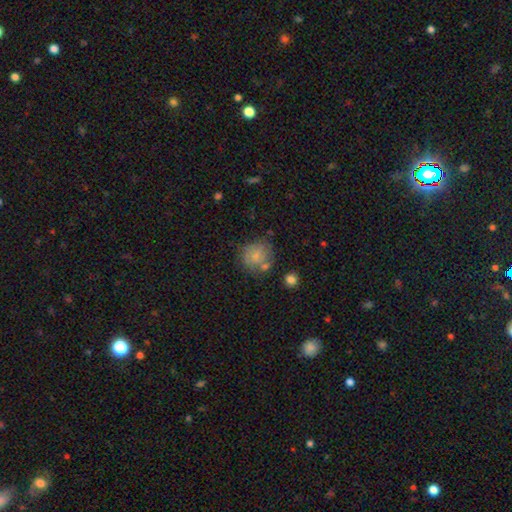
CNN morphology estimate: Smooth or featured: smooth — 67% (featured or disk — 24%)
How rounded: round — 84% (in between — 16%)
Merging: none — 56% (minor disturbance — 21%)